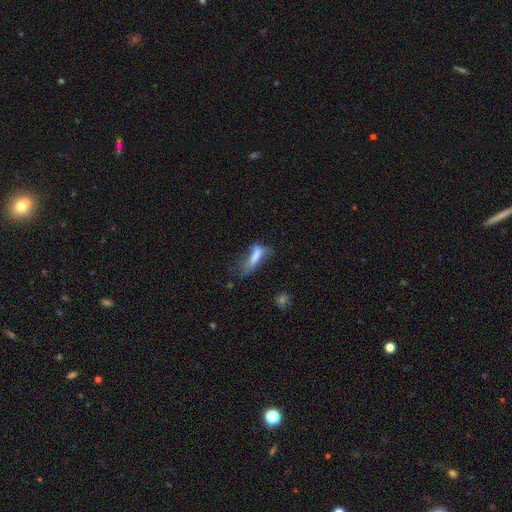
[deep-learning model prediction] Smooth or featured: smooth — 63% (featured or disk — 25%)
How rounded: cigar-shaped — 51% (in between — 46%)
Merging: major disturbance — 37% (none — 27%)